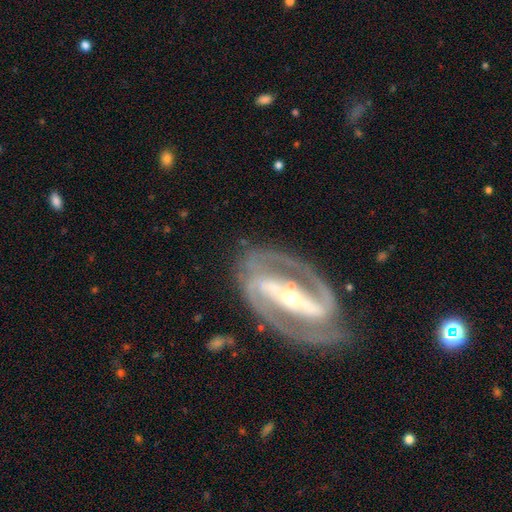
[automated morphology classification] The model was most divided on "bulge size": small: 47%, moderate: 46%, large: 4%, none: 1%, dominant: 1%. Remaining: edge-on disk — no (94%); spiral arms — yes (90%); spiral arm count — 2 (90%); smooth or featured — featured or disk (89%); bar — strong (80%); merging — none (73%); spiral winding — medium (47%).